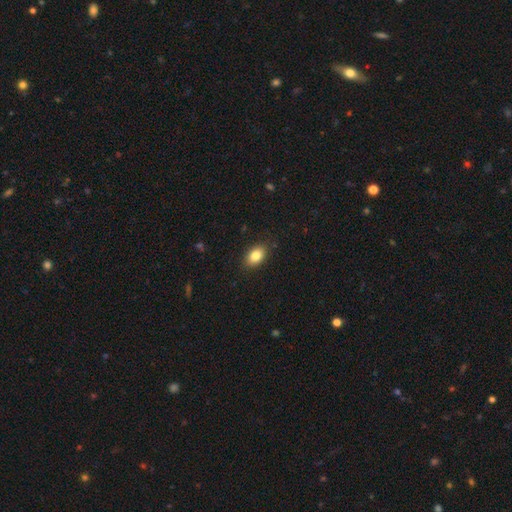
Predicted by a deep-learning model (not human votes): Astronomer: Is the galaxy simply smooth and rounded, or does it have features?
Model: smooth — 84%.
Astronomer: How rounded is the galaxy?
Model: in between — 88%.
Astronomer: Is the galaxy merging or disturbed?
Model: none — 87%.